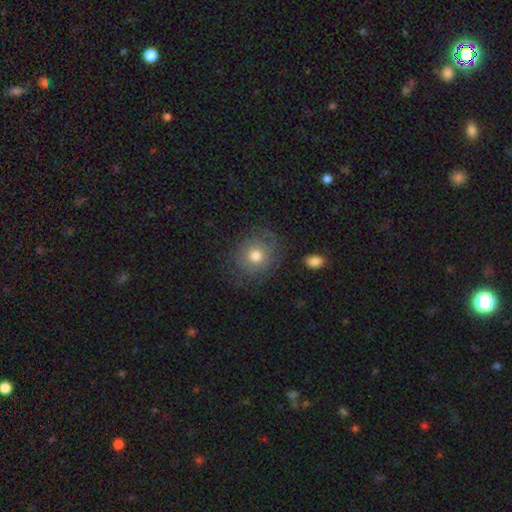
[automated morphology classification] smooth-or-featured: smooth: 68% | featured or disk: 22% | star or artifact: 10%
  how-rounded: round: 80% | in between: 19% | cigar-shaped: 1%
  merging: none: 73% | minor disturbance: 16% | major disturbance: 9% | merger: 2%